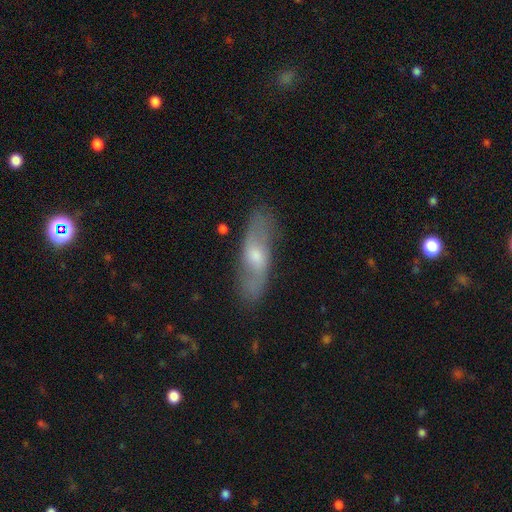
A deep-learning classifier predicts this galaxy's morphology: The model was most divided on "smooth or featured": featured or disk: 58%, smooth: 35%, star or artifact: 7%. More confident: merging — none (82%); edge-on disk — no (71%).